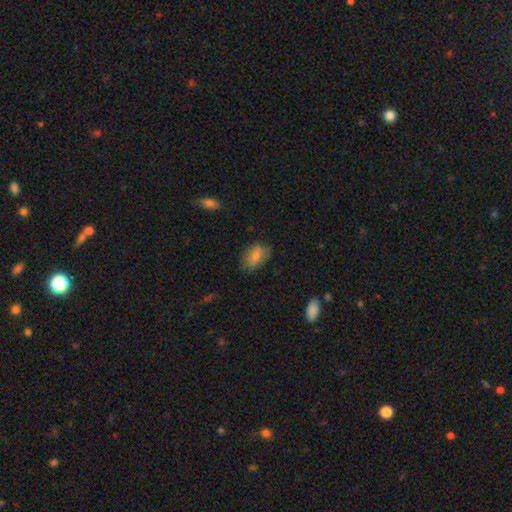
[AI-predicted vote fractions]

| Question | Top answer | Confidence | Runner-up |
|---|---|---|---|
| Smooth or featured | smooth | 79% | featured or disk (13%) |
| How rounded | in between | 88% | round (9%) |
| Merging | none | 68% | minor disturbance (24%) |